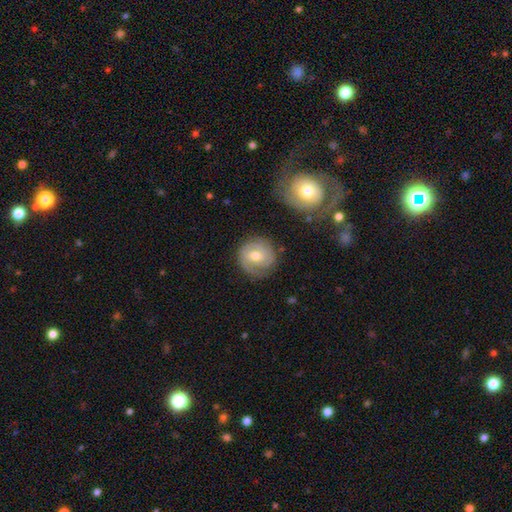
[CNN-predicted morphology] type=featured or disk (64%); edge-on=no (97%); bar=no (54%); spiral arms=yes (87%); winding=tight (59%); arm count=2 (57%); bulge=moderate (68%); merging=none (78%).